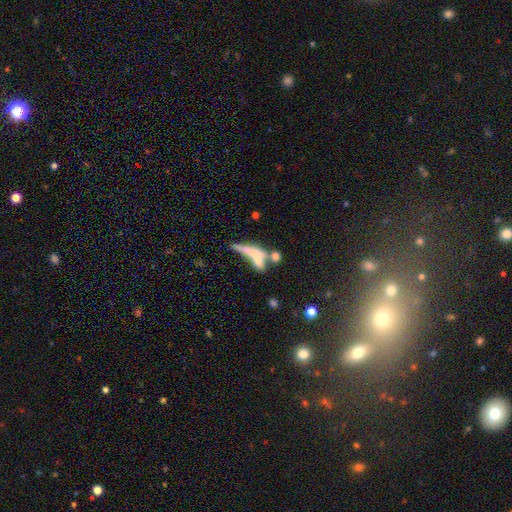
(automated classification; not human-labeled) Q: Smooth or featured?
A: smooth (51%); runner-up: featured or disk (38%)
Q: How rounded?
A: cigar-shaped (64%); runner-up: in between (29%)
Q: Merging?
A: merger (44%); runner-up: none (27%)